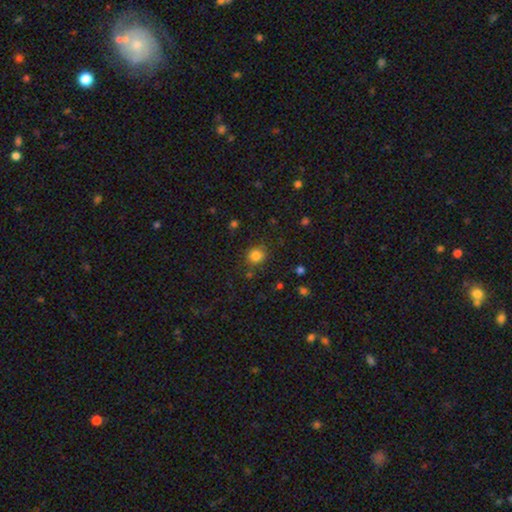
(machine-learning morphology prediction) This is clearly a smooth galaxy (82%). How rounded: clearly round (85%). Merging: clearly none (80%).